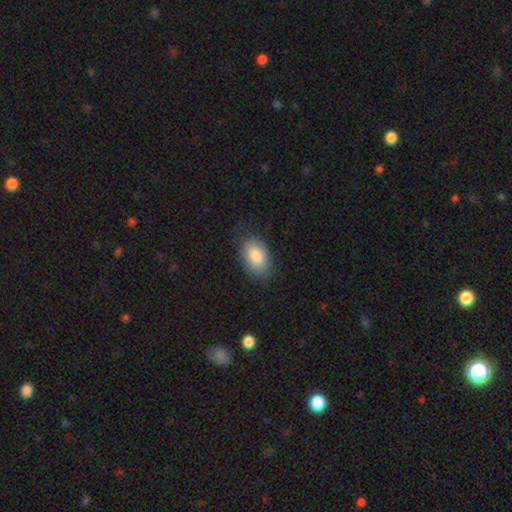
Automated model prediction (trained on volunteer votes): Q: Smooth or featured?
A: smooth (83%); runner-up: featured or disk (10%)
Q: How rounded?
A: in between (91%); runner-up: round (7%)
Q: Merging?
A: none (79%); runner-up: minor disturbance (16%)